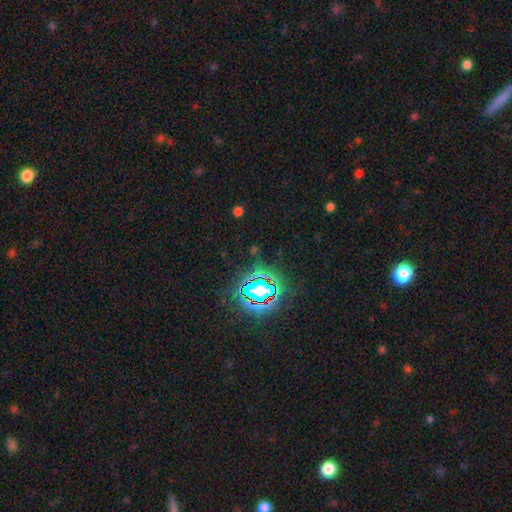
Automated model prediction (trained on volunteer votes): This appears to be a star or artifact, not a galaxy (76%).